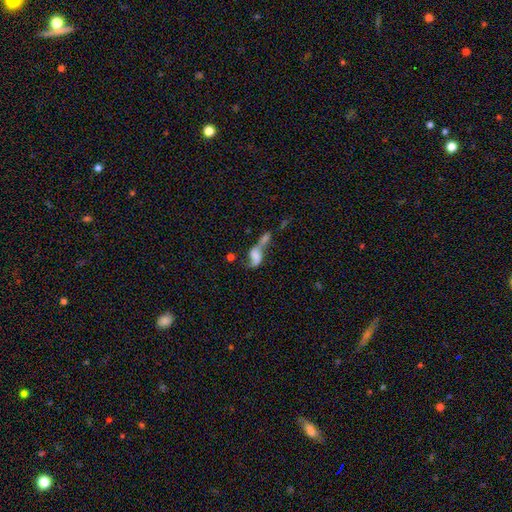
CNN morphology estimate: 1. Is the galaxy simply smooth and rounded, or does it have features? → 50% featured or disk, 38% smooth, 13% star or artifact.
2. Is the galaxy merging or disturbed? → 65% merger, 14% major disturbance, 14% none, 7% minor disturbance.